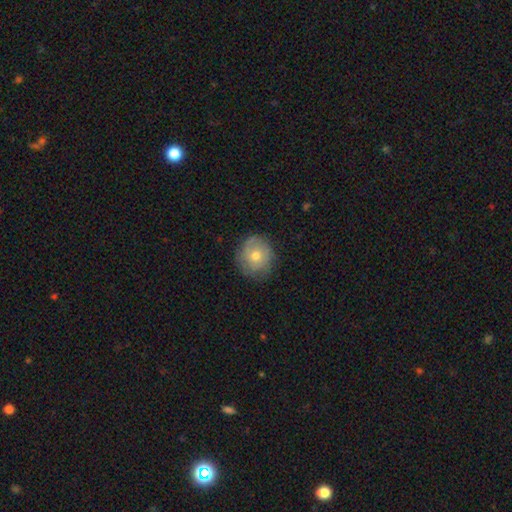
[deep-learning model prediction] smooth_or_featured: smooth (p=0.60) [alt: featured or disk p=0.32]
how_rounded: round (p=0.84) [alt: in between p=0.15]
merging: none (p=0.76) [alt: minor disturbance p=0.18]